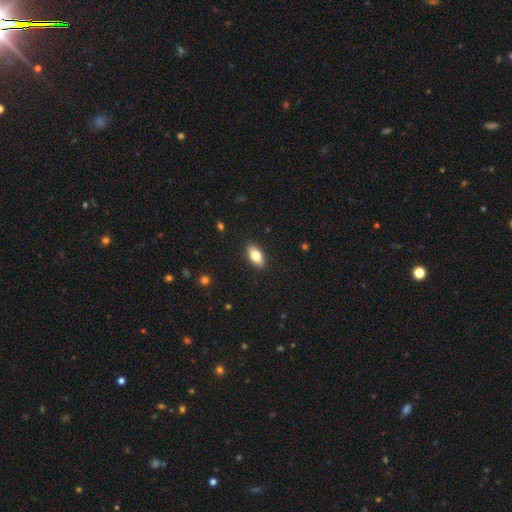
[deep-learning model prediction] Morphology: type=smooth (75%); roundness=in between (87%); merging=none (89%).